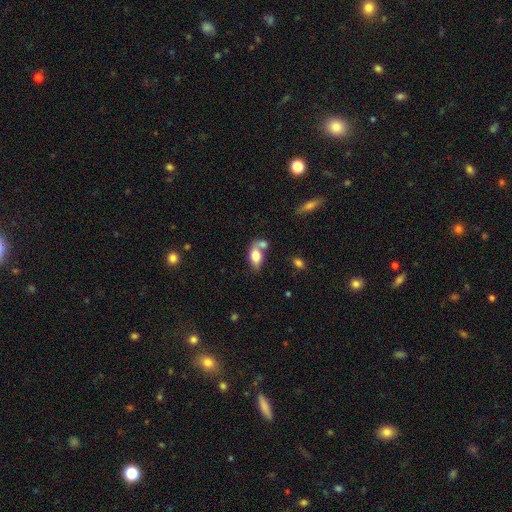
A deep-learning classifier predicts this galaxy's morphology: The model was most divided on "merging": merger: 42%, none: 38%, minor disturbance: 14%, major disturbance: 6%. More confident: how rounded — in between (87%); smooth or featured — smooth (74%).